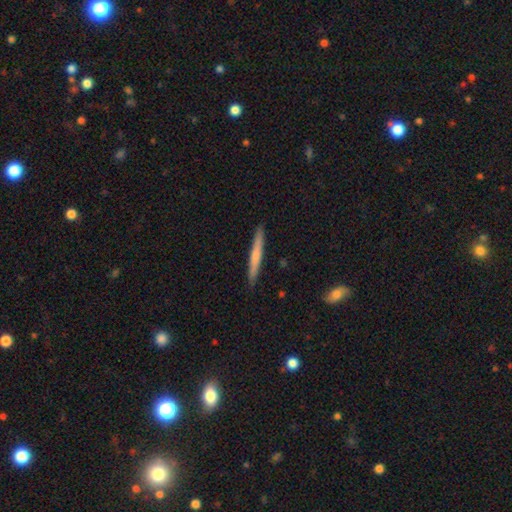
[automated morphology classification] smooth-or-featured: smooth: 57% | featured or disk: 38% | star or artifact: 5%
  how-rounded: cigar-shaped: 96% | in between: 2% | round: 1%
  merging: none: 91% | minor disturbance: 6% | major disturbance: 1% | merger: 1%